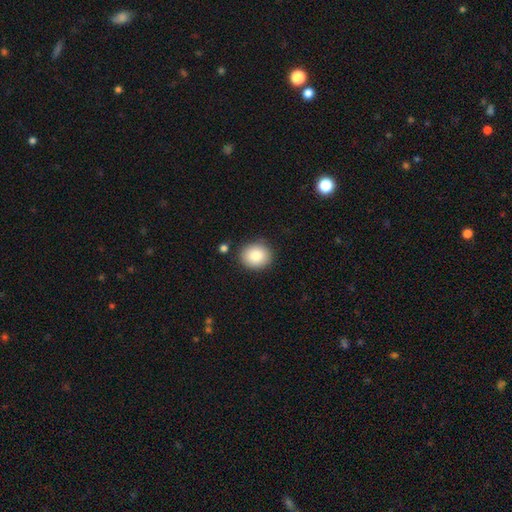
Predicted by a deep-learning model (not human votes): smooth 86%, star or artifact 8%, featured or disk 6%. Down the decision tree: how rounded — round (71%); merging — none (85%).